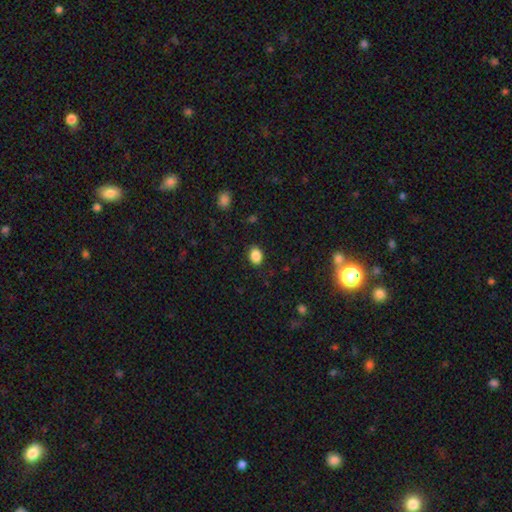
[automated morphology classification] A smooth galaxy with no disk features (87%) that is in between round and cigar-shaped (71%).

Vote fractions:
- Smooth or featured? smooth: 87% / star or artifact: 9% / featured or disk: 4%
- How rounded? in between: 71% / round: 28% / cigar-shaped: 1%
- Merging? none: 87% / minor disturbance: 9% / major disturbance: 3% / merger: 1%